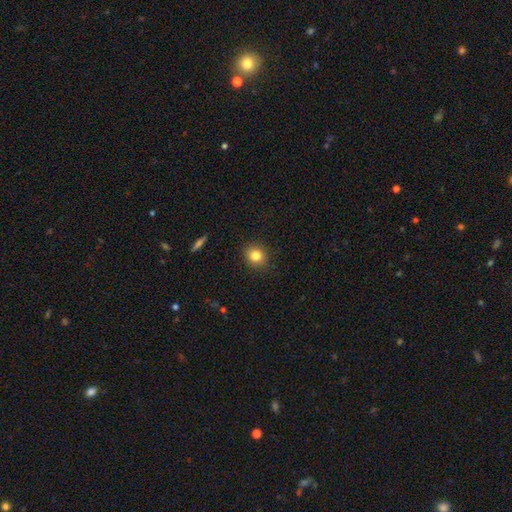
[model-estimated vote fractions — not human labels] A smooth galaxy with no disk features (82%) that is round (79%). Merging: none (89%).